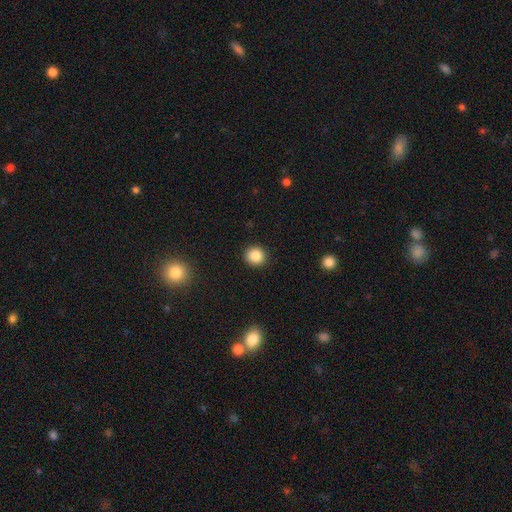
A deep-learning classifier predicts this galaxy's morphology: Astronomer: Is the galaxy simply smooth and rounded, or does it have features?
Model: smooth — 85%.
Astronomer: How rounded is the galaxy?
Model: round — 88%.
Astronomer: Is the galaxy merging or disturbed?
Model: none — 91%.